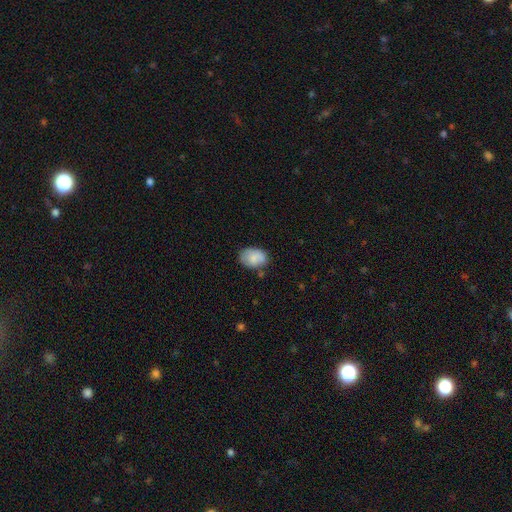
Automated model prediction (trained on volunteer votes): Smooth or featured? Predicted: smooth (p=0.79). How rounded? Predicted: in between (p=0.80). Merging? Predicted: none (p=0.68).